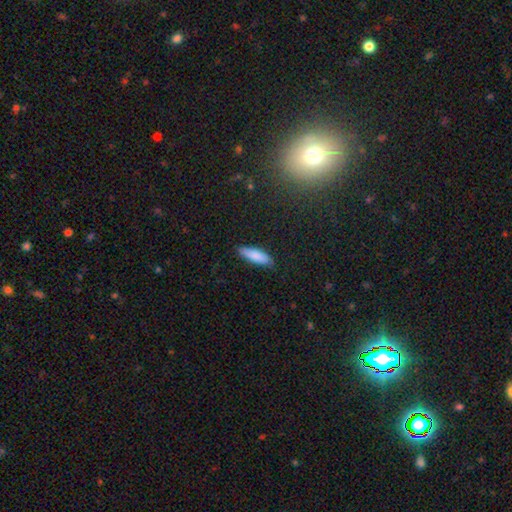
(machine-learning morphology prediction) Smooth or featured? smooth (85%)
How rounded? cigar-shaped (52%)
Merging? none (83%)